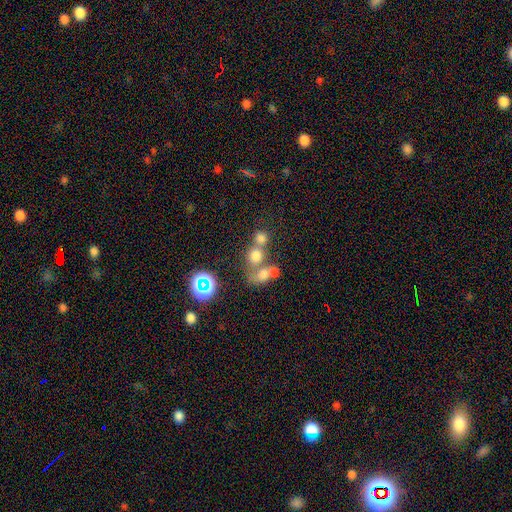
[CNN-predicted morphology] smooth_or_featured: smooth (p=0.66) [alt: star or artifact p=0.19]
how_rounded: round (p=0.75) [alt: in between p=0.23]
merging: merger (p=0.48) [alt: none p=0.39]